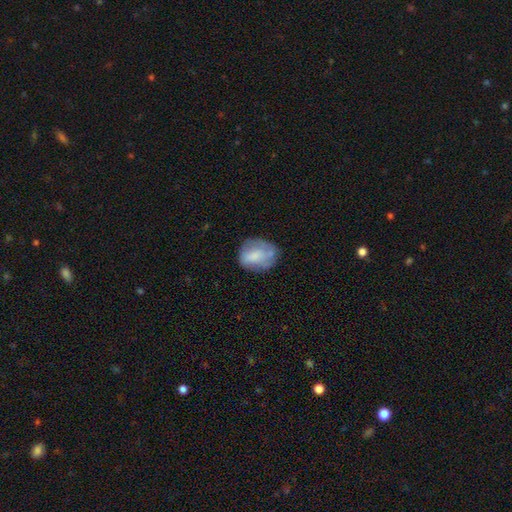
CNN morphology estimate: Overall: smooth (61%; featured or disk 31%). How rounded: round (51%; in between 47%). Merging: none (59%; minor disturbance 26%).